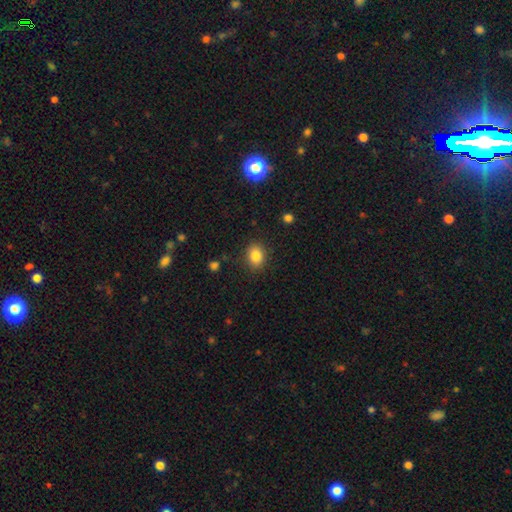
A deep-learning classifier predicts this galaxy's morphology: A smooth galaxy with no disk features (85%) that is in between round and cigar-shaped (52%). Merging: none (86%).